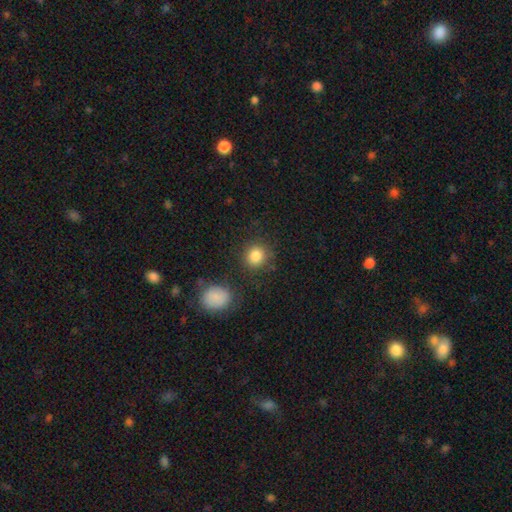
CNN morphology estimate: The model was most divided on "how rounded": round: 85%, in between: 14%, cigar-shaped: 1%. More confident: smooth or featured — smooth (85%); merging — none (82%).